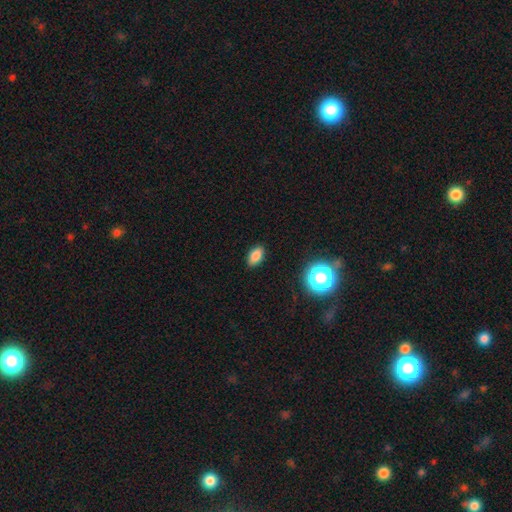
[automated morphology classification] This appears to be a smooth galaxy with no disk features (82%) that is in between round and cigar-shaped (89%). Merging: none (87%).